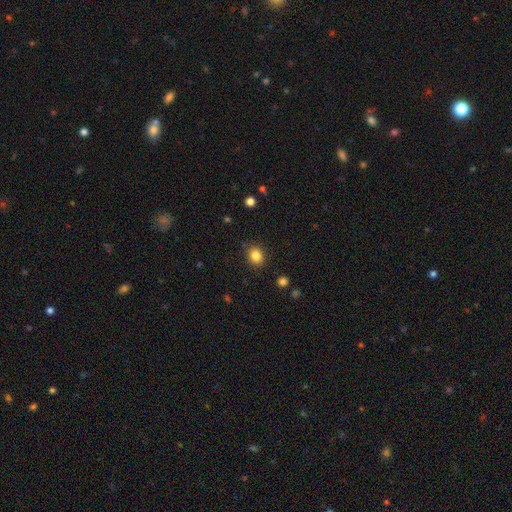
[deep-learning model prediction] Q: Smooth or featured?
A: smooth (84%); runner-up: star or artifact (11%)
Q: How rounded?
A: round (67%); runner-up: in between (32%)
Q: Merging?
A: none (87%); runner-up: minor disturbance (9%)